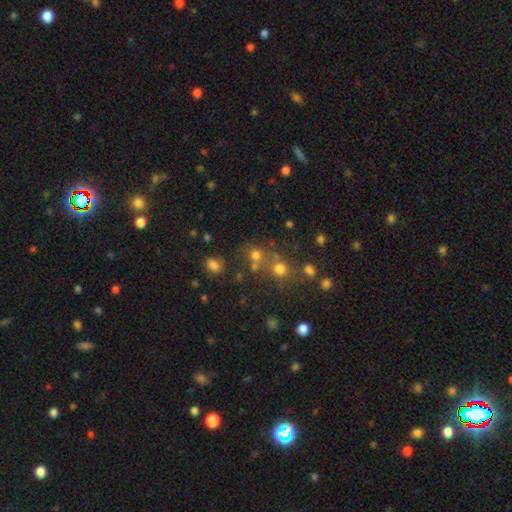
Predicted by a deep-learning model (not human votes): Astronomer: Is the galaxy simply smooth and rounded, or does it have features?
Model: smooth — 69%.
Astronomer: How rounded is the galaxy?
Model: round — 83%.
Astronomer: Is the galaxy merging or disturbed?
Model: none — 56%.